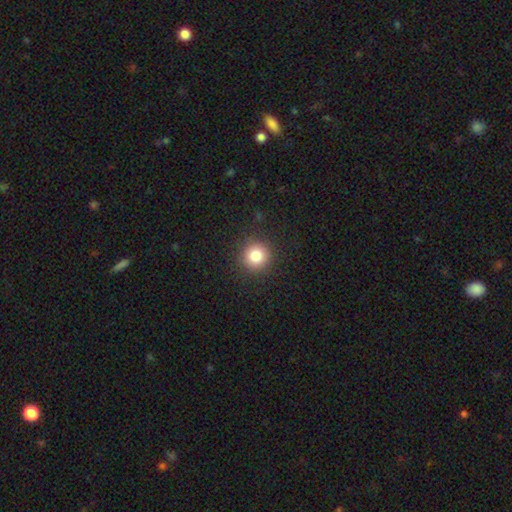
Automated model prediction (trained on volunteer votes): This is clearly a smooth galaxy (83%). How rounded: clearly round (93%). Merging: clearly none (91%).